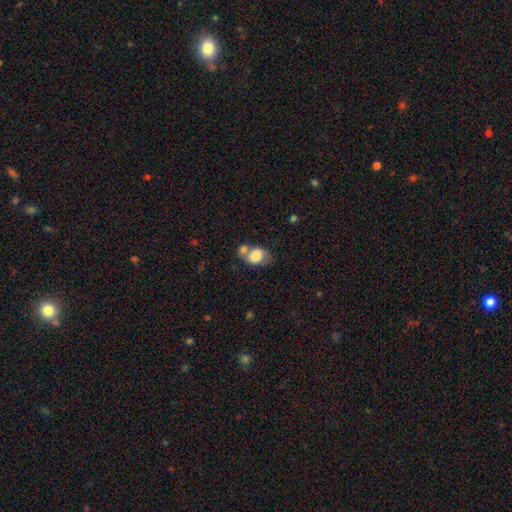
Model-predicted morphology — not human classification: This is clearly a smooth galaxy (80%). How rounded: possibly in between (59%). Merging: marginally merger (42%).